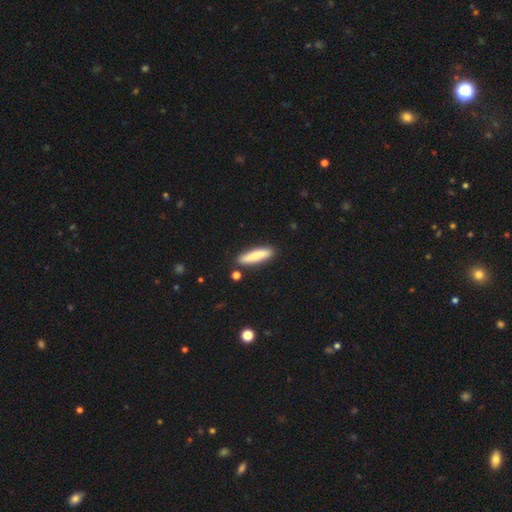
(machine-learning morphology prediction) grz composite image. It shows a smooth galaxy with no disk features (81%) that is cigar-shaped (81%). Merging: none (86%).